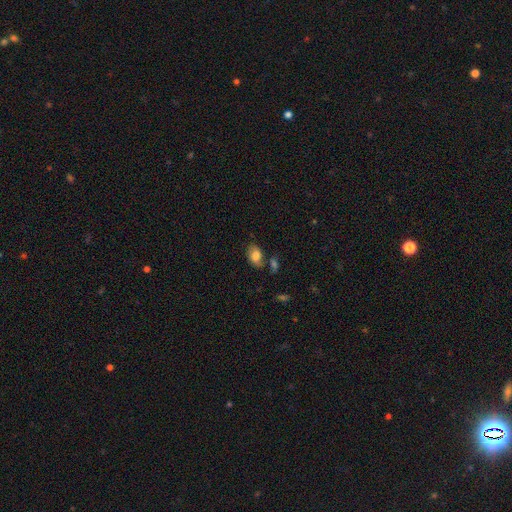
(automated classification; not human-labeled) This is likely a smooth galaxy (76%). How rounded: clearly in between (86%). Merging: possibly none (57%).